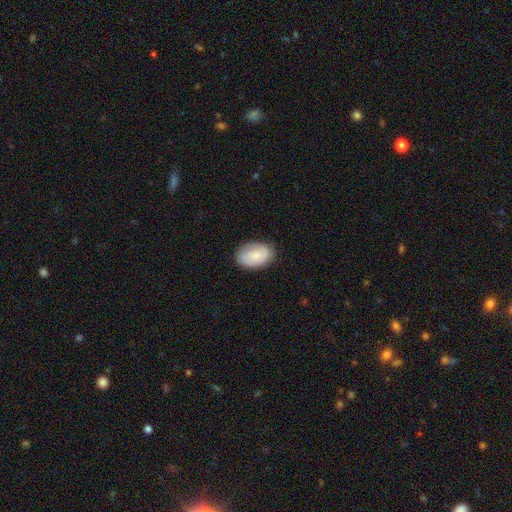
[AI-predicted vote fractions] Smooth or featured? smooth (78%)
How rounded? in between (89%)
Merging? none (82%)